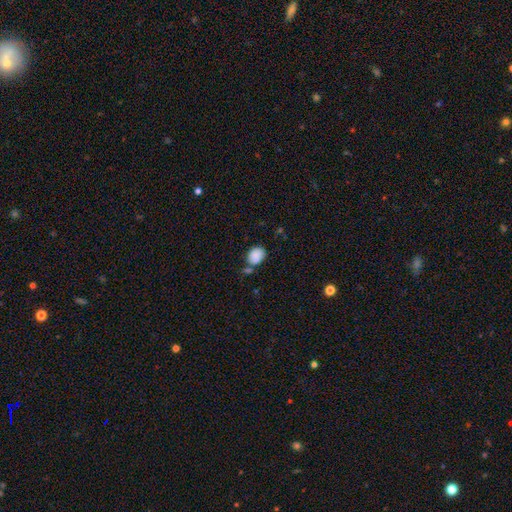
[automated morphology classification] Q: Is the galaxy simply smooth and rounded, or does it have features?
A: smooth — 87%.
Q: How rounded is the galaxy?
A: in between — 59%.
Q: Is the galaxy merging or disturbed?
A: none — 58%.